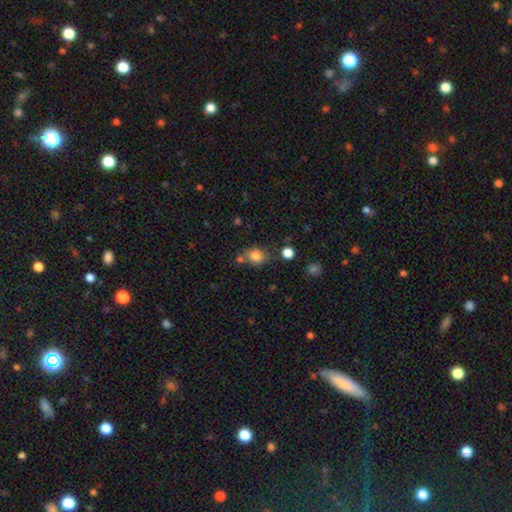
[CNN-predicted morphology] smooth_or_featured: smooth (p=0.82) [alt: star or artifact p=0.11]
how_rounded: round (p=0.65) [alt: in between p=0.34]
merging: none (p=0.65) [alt: merger p=0.15]